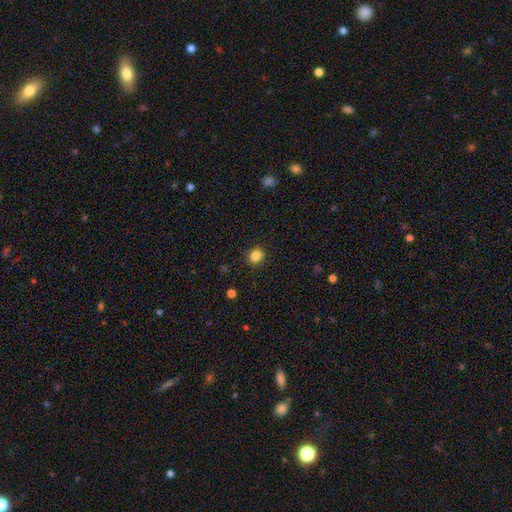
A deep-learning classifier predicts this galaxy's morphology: The model was most divided on "how rounded": round: 79%, in between: 20%, cigar-shaped: 1%. More confident: merging — none (88%); smooth or featured — smooth (84%).